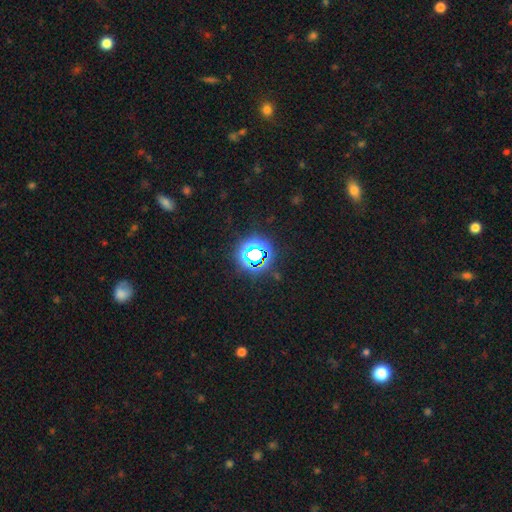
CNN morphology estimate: smooth_or_featured: star or artifact (p=0.71) [alt: smooth p=0.19]